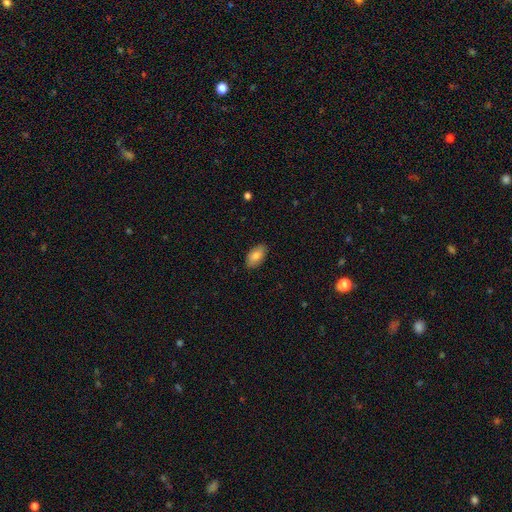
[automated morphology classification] Q: Smooth or featured?
A: smooth (80%); runner-up: featured or disk (13%)
Q: How rounded?
A: in between (94%); runner-up: round (4%)
Q: Merging?
A: none (88%); runner-up: minor disturbance (10%)